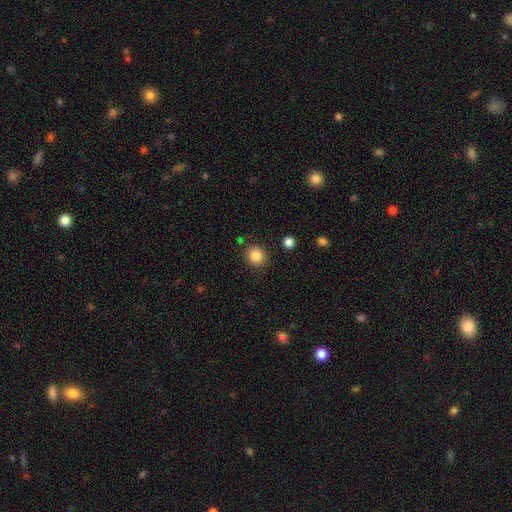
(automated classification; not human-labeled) This is clearly a smooth galaxy (85%). How rounded: clearly round (86%). Merging: clearly none (87%).